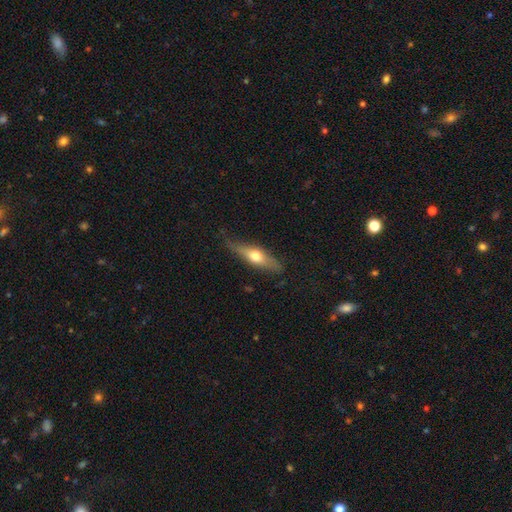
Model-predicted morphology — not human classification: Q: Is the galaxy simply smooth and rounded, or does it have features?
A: smooth — 48%.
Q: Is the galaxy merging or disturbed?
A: none — 69%.